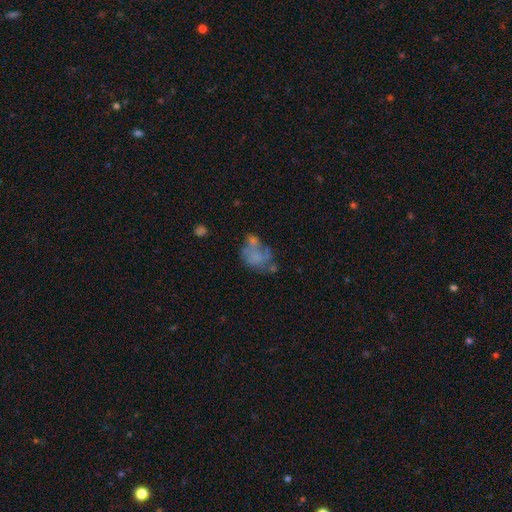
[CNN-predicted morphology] smooth_or_featured: smooth (p=0.45) [alt: featured or disk p=0.41]
merging: none (p=0.32) [alt: major disturbance p=0.26]